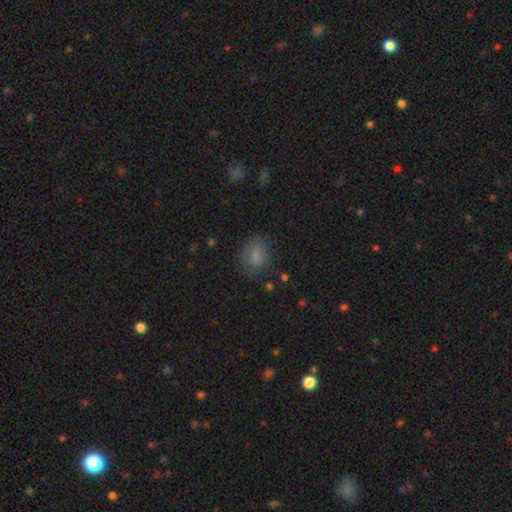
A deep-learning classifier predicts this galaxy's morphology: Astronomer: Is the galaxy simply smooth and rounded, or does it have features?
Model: smooth — 78%.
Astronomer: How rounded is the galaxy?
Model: in between — 68%.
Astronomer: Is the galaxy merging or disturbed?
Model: none — 75%.